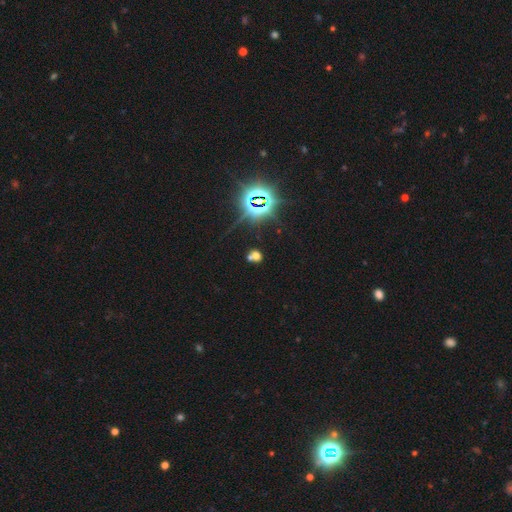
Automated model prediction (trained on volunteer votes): smooth-or-featured: smooth: 46% | star or artifact: 42% | featured or disk: 12%
  merging: none: 48% | merger: 38% | minor disturbance: 9% | major disturbance: 5%